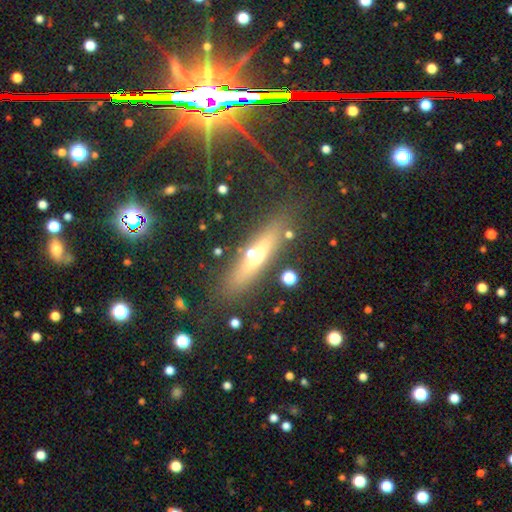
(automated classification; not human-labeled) Smooth or featured?
  - featured or disk: 47% *
  - smooth: 41%
  - star or artifact: 12%
Merging?
  - none: 80% *
  - minor disturbance: 11%
  - major disturbance: 5%
  - merger: 4%